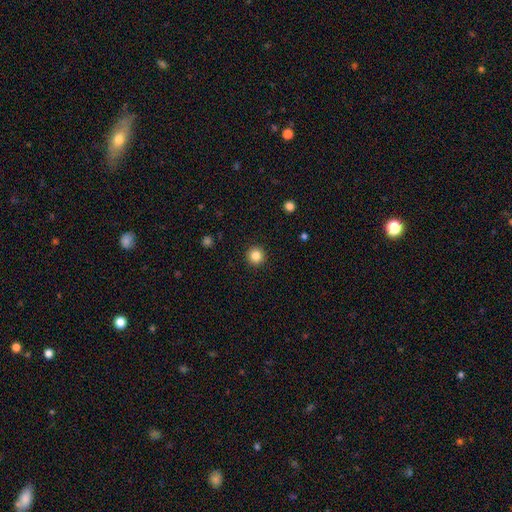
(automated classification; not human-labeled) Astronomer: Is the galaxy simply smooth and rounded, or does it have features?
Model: smooth — 85%.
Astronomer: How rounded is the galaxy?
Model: round — 96%.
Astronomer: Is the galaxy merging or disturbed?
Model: none — 93%.